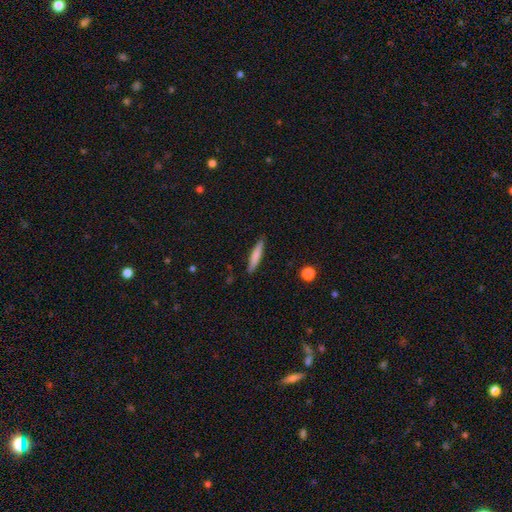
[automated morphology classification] A smooth galaxy with no disk features (72%) that is cigar-shaped (90%).

Vote fractions:
- Smooth or featured? smooth: 72% / featured or disk: 23% / star or artifact: 6%
- How rounded? cigar-shaped: 90% / in between: 8% / round: 1%
- Merging? none: 87% / minor disturbance: 9% / major disturbance: 2% / merger: 1%